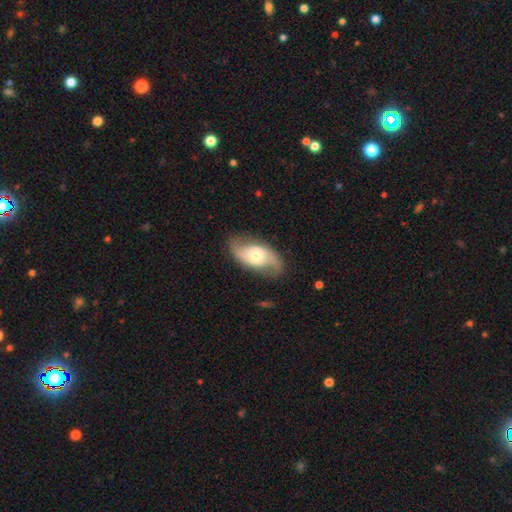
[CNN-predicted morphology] Smooth or featured? Predicted: featured or disk (p=0.77). Edge-on disk? Predicted: no (p=0.95). Bar? Predicted: no (p=0.66). Spiral arms? Predicted: yes (p=0.92). Spiral winding? Predicted: loose (p=0.55). Spiral arm count? Predicted: 2 (p=0.91). Bulge size? Predicted: moderate (p=0.60). Merging? Predicted: none (p=0.82).